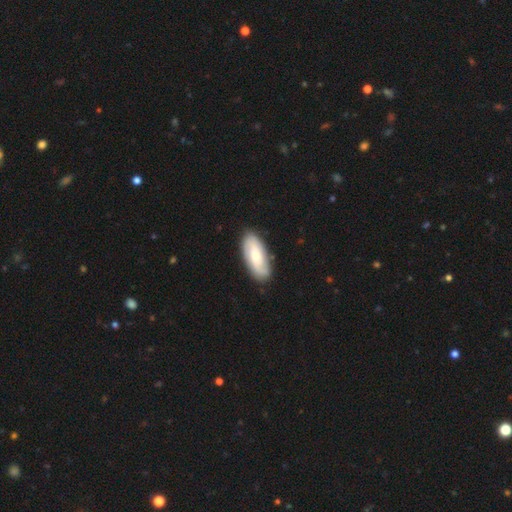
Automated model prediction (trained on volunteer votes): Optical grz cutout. It shows a featured or disk galaxy (49%). Merging: none (84%).